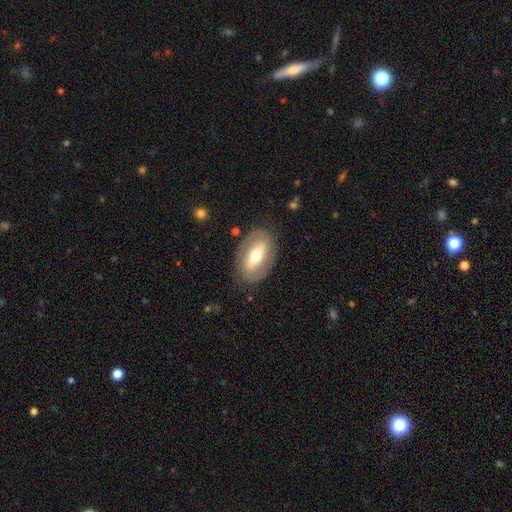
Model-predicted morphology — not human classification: Smooth or featured?
  - featured or disk: 54% *
  - smooth: 40%
  - star or artifact: 6%
Edge-on disk?
  - no: 86% *
  - yes: 14%
Merging?
  - none: 81% *
  - minor disturbance: 12%
  - major disturbance: 5%
  - merger: 1%